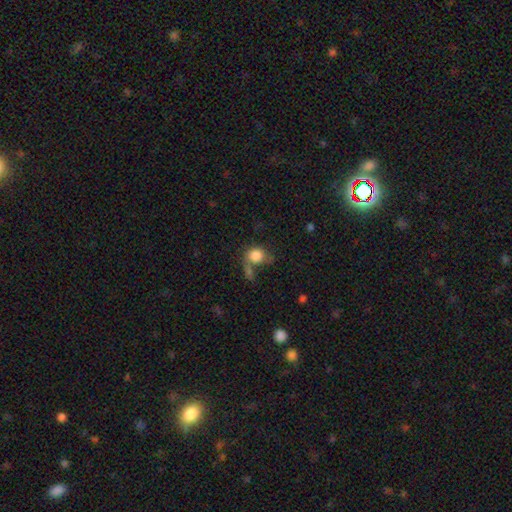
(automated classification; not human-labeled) smooth 82%, featured or disk 9%, star or artifact 9%. Down the decision tree: how rounded — round (69%); merging — none (37%).